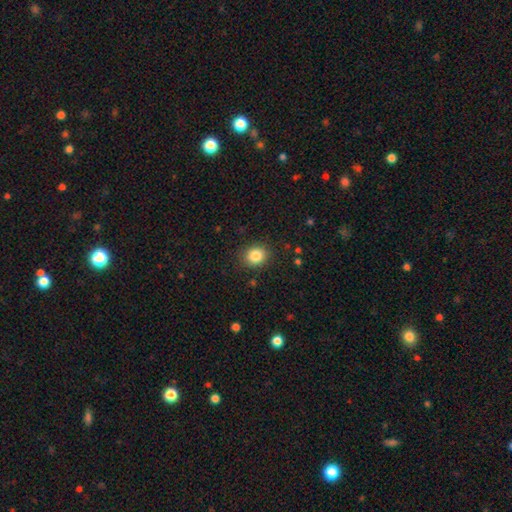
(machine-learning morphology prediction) Smooth or featured? Predicted: smooth (p=0.85). How rounded? Predicted: round (p=0.71). Merging? Predicted: none (p=0.86).